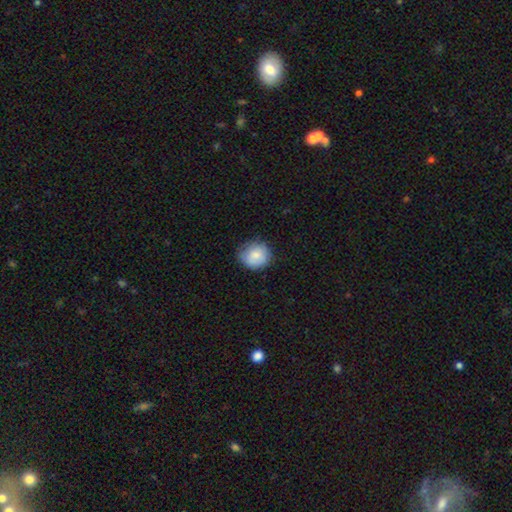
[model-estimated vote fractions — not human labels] This is clearly a smooth galaxy (81%). How rounded: clearly round (86%). Merging: likely none (73%).